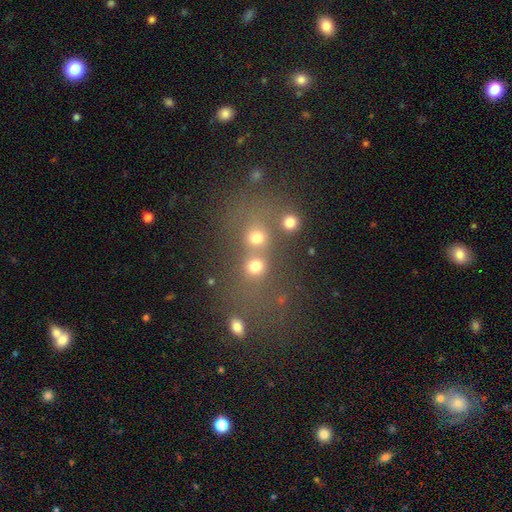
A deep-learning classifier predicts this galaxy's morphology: smooth_or_featured: smooth (p=0.41) [alt: star or artifact p=0.40]
merging: merger (p=0.51) [alt: none p=0.37]